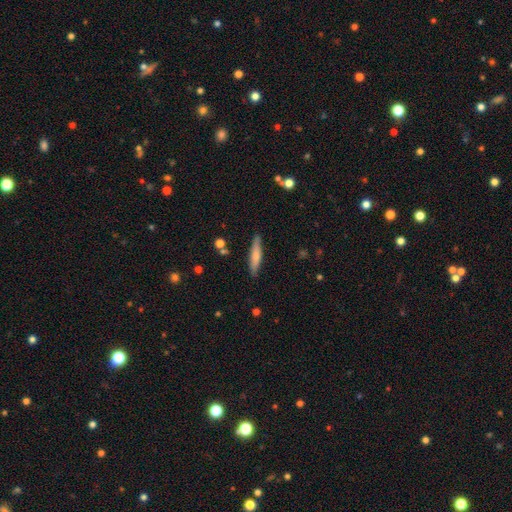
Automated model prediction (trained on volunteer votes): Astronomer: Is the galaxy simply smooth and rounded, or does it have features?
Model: smooth — 70%.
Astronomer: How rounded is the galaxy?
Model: cigar-shaped — 87%.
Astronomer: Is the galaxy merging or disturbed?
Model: none — 86%.